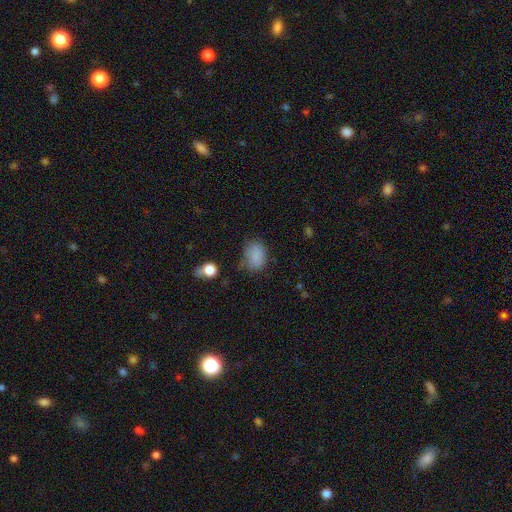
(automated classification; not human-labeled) Smooth or featured? Predicted: smooth (p=0.82). How rounded? Predicted: in between (p=0.70). Merging? Predicted: none (p=0.58).